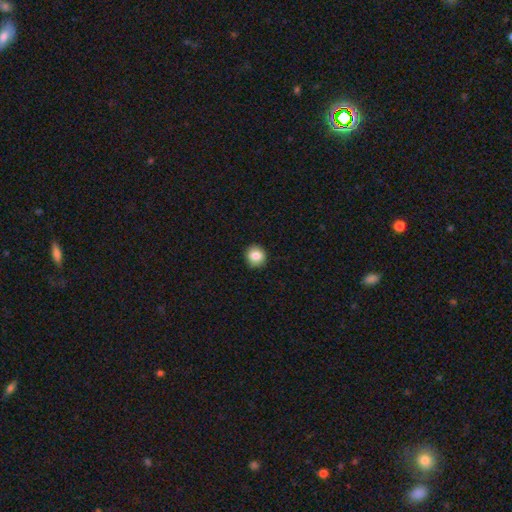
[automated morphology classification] A smooth galaxy with no disk features (84%) that is round (90%). Merging: none (89%).